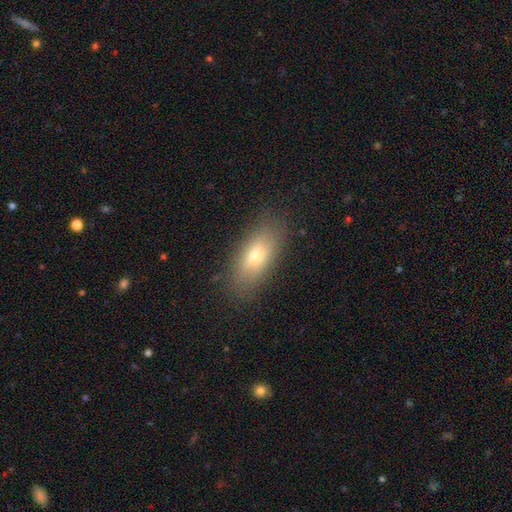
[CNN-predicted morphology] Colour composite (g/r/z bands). It shows a smooth galaxy with no disk features (66%) that is in between round and cigar-shaped (76%). Merging: none (83%).